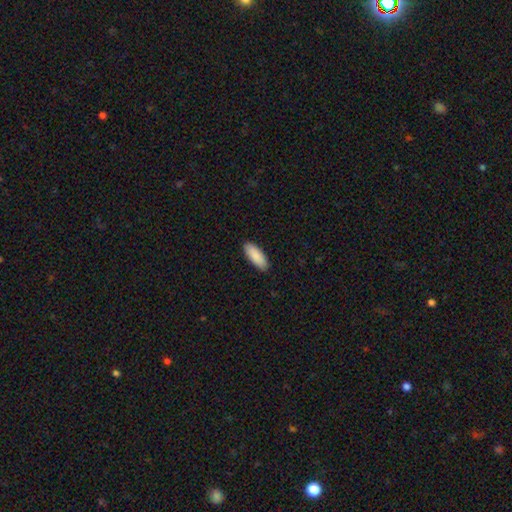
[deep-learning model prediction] Smooth or featured?
  - smooth: 90% *
  - featured or disk: 5%
  - star or artifact: 5%
How rounded?
  - in between: 78% *
  - cigar-shaped: 21%
  - round: 1%
Merging?
  - none: 89% *
  - minor disturbance: 8%
  - major disturbance: 2%
  - merger: 1%